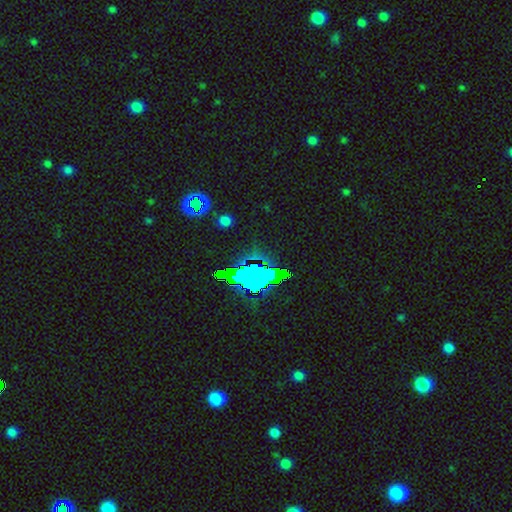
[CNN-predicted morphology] Overall: star or artifact (77%).